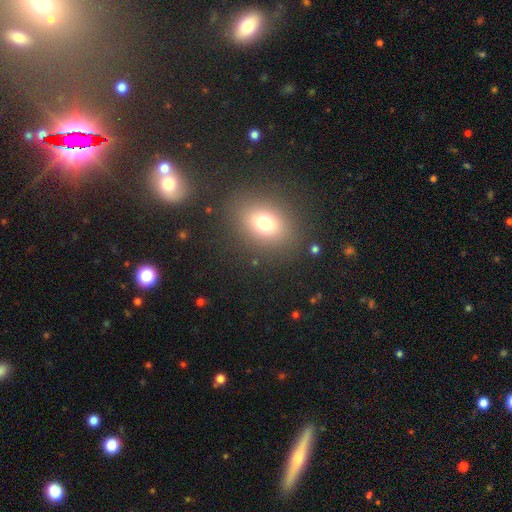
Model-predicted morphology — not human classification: Smooth or featured: smooth — 61% (star or artifact — 27%)
How rounded: in between — 59% (round — 38%)
Merging: none — 87% (minor disturbance — 7%)